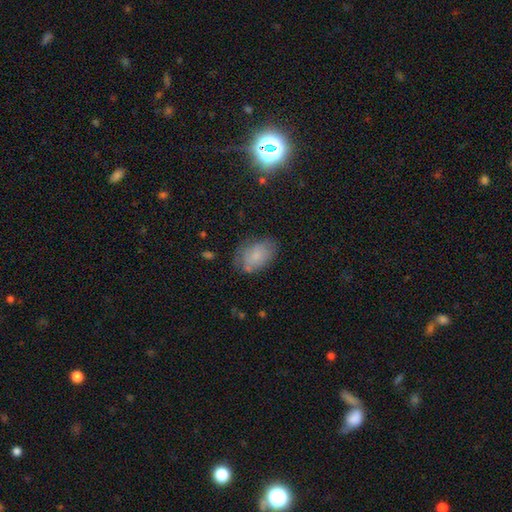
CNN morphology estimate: A smooth galaxy with no disk features (72%) that is in between round and cigar-shaped (90%).

Vote fractions:
- Smooth or featured? smooth: 72% / featured or disk: 19% / star or artifact: 10%
- How rounded? in between: 90% / round: 9% / cigar-shaped: 2%
- Merging? none: 63% / minor disturbance: 25% / major disturbance: 8% / merger: 4%